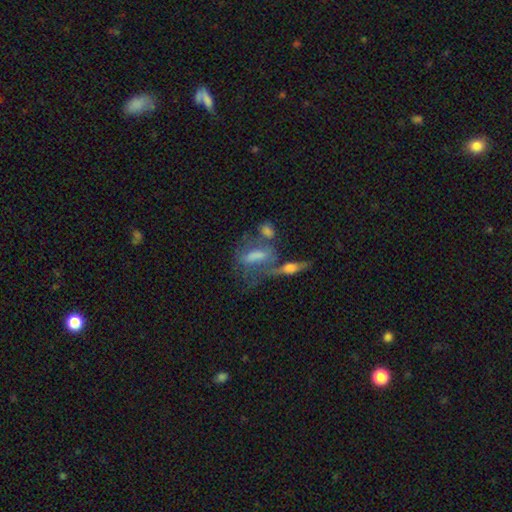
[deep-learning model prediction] A featured or disk galaxy (47%).

Vote fractions:
- Smooth or featured? featured or disk: 47% / smooth: 38% / star or artifact: 14%
- Merging? merger: 34% / none: 31% / major disturbance: 20% / minor disturbance: 16%